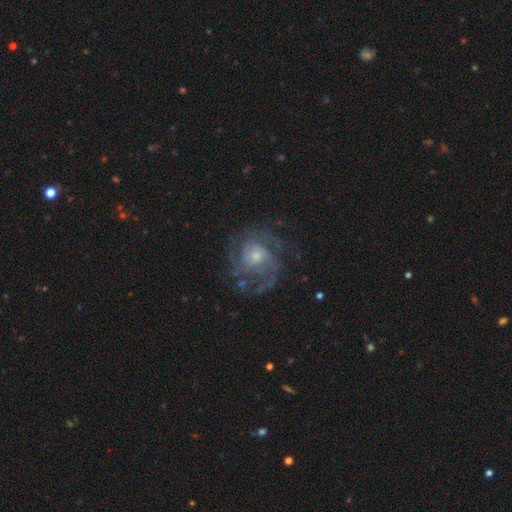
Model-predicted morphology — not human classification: Smooth or featured?
  - featured or disk: 81% *
  - smooth: 11%
  - star or artifact: 8%
Edge-on disk?
  - no: 98% *
  - yes: 2%
Bar?
  - no: 74% *
  - weak: 23%
  - strong: 3%
Spiral arms?
  - yes: 92% *
  - no: 8%
Spiral winding?
  - tight: 46% *
  - medium: 41%
  - loose: 13%
Spiral arm count?
  - can't tell: 31% *
  - 2: 25%
  - 3: 22%
  - 4: 9%
  - 1: 6%
  - more than 4: 6%
Bulge size?
  - small: 49% *
  - moderate: 42%
  - large: 5%
  - none: 3%
  - dominant: 1%
Merging?
  - none: 67% *
  - minor disturbance: 16%
  - major disturbance: 15%
  - merger: 2%